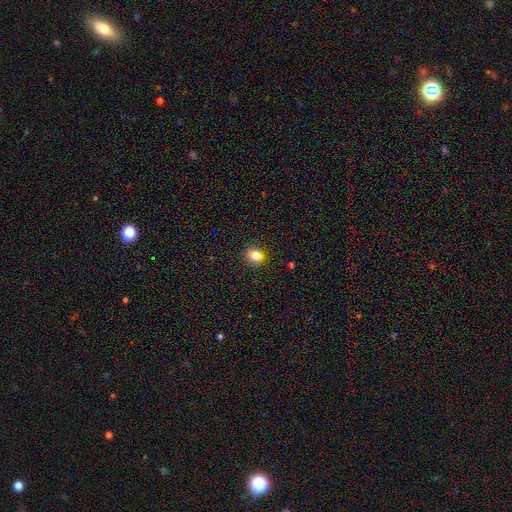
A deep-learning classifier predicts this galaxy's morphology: This is clearly a smooth galaxy (82%). How rounded: likely round (65%). Merging: clearly none (89%).